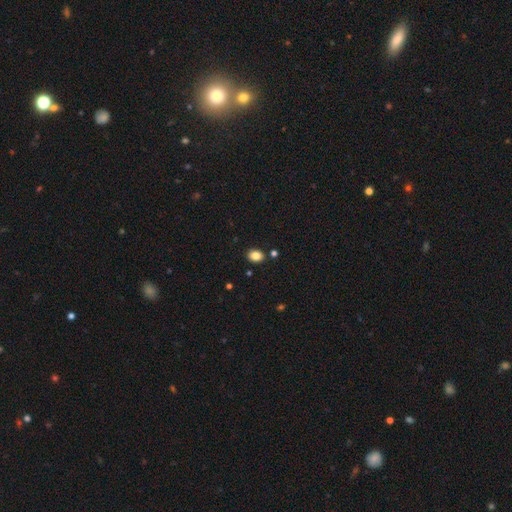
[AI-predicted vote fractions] Smooth or featured?
  - smooth: 85% *
  - star or artifact: 10%
  - featured or disk: 5%
How rounded?
  - in between: 63% *
  - round: 36%
  - cigar-shaped: 1%
Merging?
  - none: 85% *
  - minor disturbance: 9%
  - merger: 4%
  - major disturbance: 2%